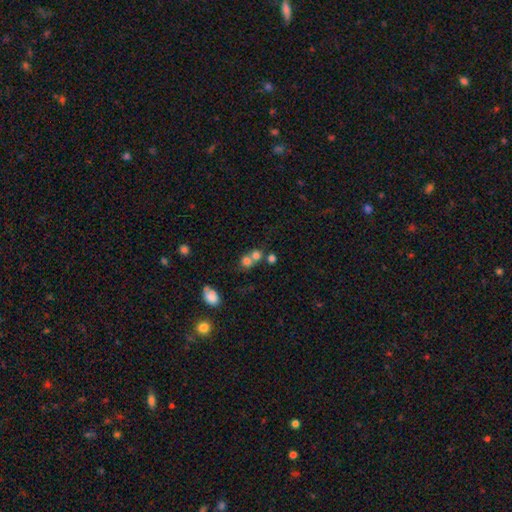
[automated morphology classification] This appears to be a smooth galaxy with no disk features (71%) that is round (80%). Merging: merger (55%).